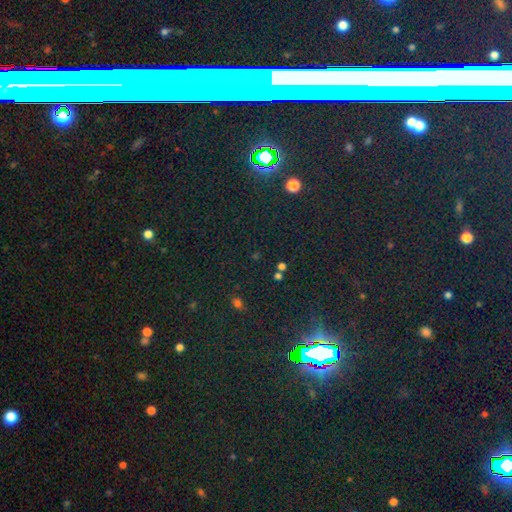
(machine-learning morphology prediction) smooth-or-featured: star or artifact: 75% | smooth: 14% | featured or disk: 11%